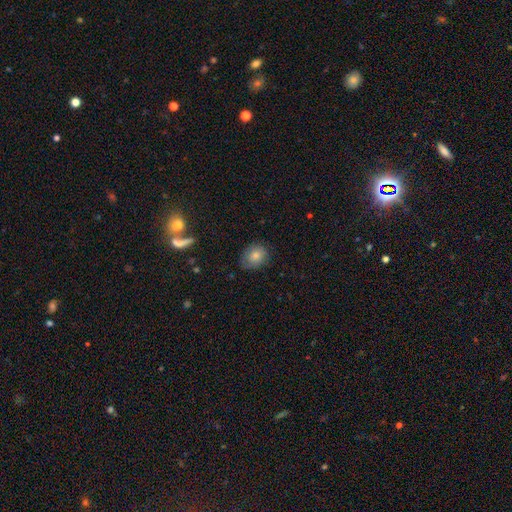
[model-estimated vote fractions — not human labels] Smooth or featured? smooth (80%)
How rounded? round (51%)
Merging? none (72%)